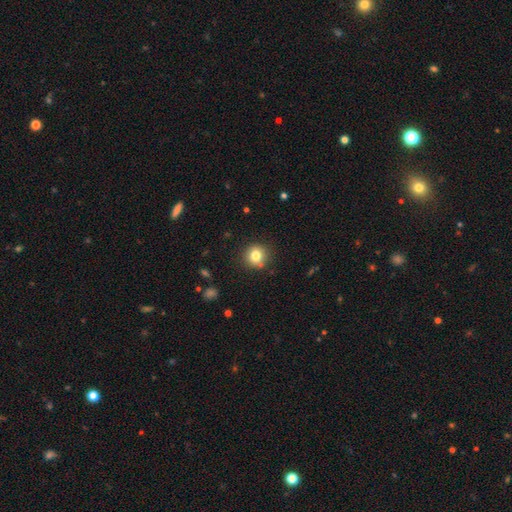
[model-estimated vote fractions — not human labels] Smooth or featured?
  - smooth: 80% *
  - star or artifact: 12%
  - featured or disk: 9%
How rounded?
  - round: 89% *
  - in between: 10%
  - cigar-shaped: 1%
Merging?
  - none: 85% *
  - minor disturbance: 10%
  - major disturbance: 3%
  - merger: 2%